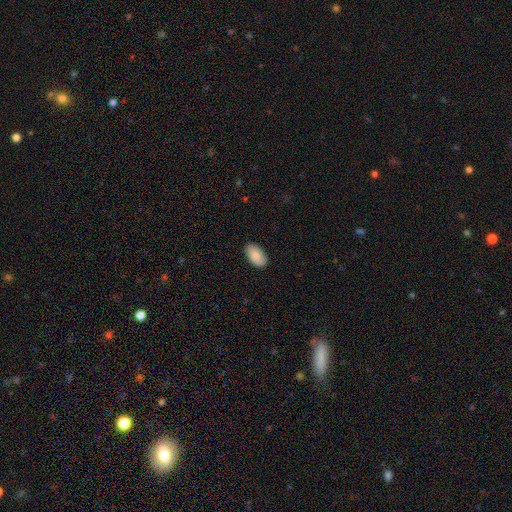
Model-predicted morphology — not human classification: Smooth or featured? smooth (87%)
How rounded? in between (95%)
Merging? none (88%)